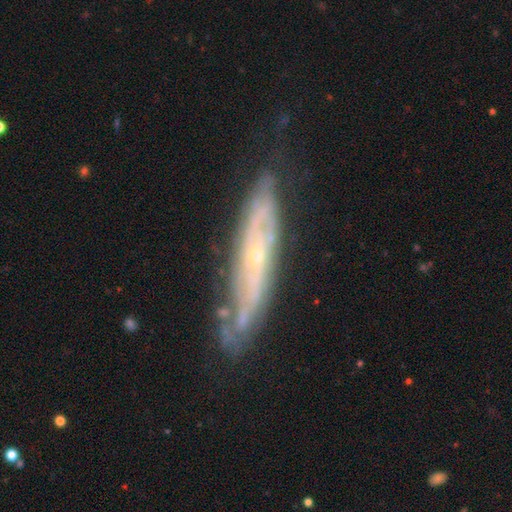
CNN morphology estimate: Overall: featured or disk (78%). Edge-on disk: no (59%; yes 41%). Merging: none (70%).